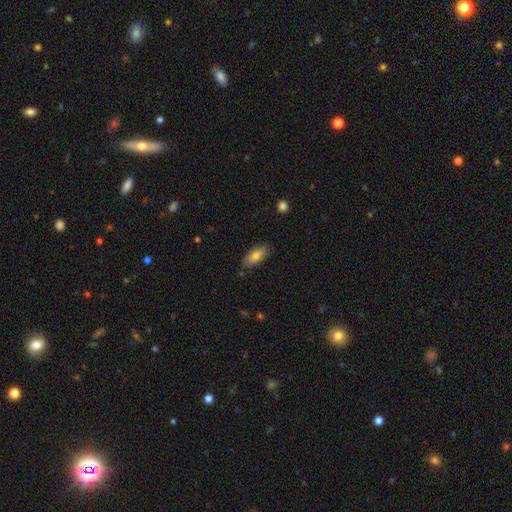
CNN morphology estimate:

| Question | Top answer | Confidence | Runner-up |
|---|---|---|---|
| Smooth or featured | smooth | 77% | featured or disk (16%) |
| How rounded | in between | 83% | cigar-shaped (14%) |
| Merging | none | 85% | minor disturbance (12%) |